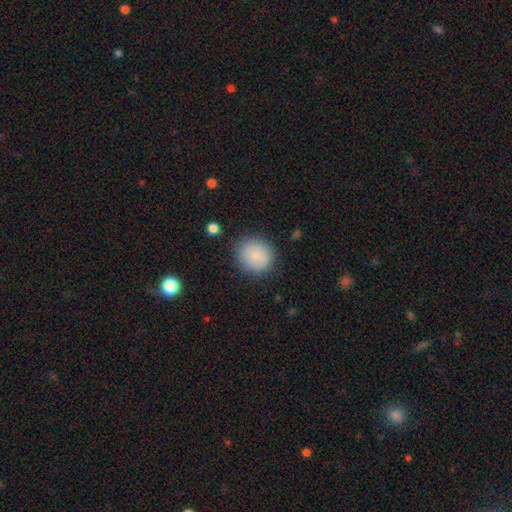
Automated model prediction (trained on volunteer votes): The model was most divided on "how rounded": round: 85%, in between: 15%, cigar-shaped: 1%. More confident: smooth or featured — smooth (84%); merging — none (84%).